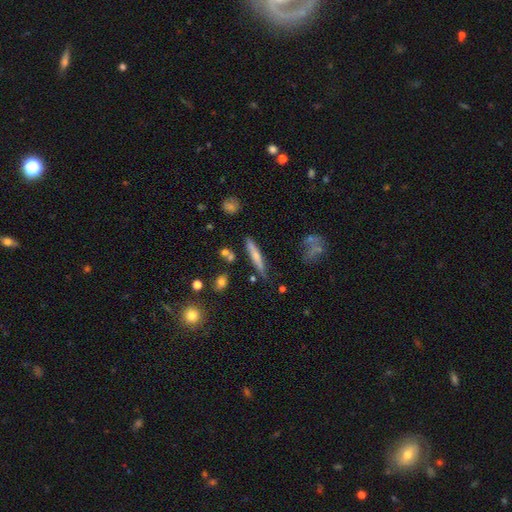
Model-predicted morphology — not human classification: This is possibly a smooth galaxy (54%). How rounded: clearly cigar-shaped (90%). Merging: likely none (77%).